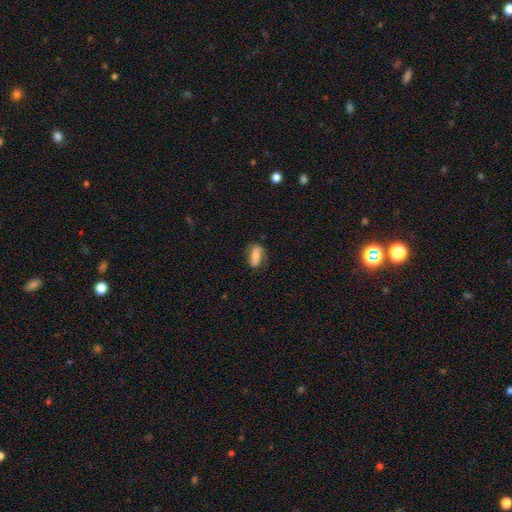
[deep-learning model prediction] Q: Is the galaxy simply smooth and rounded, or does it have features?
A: smooth — 54%.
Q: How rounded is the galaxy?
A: in between — 77%.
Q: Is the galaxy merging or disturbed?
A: none — 66%.